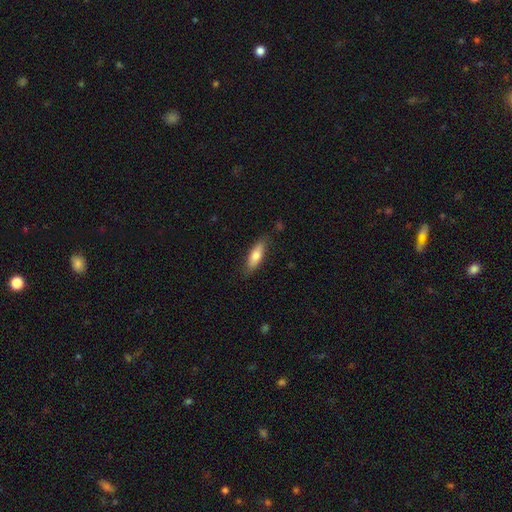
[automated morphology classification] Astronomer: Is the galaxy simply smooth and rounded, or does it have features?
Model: smooth — 73%.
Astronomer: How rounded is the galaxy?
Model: in between — 62%.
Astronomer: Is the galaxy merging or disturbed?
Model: none — 82%.